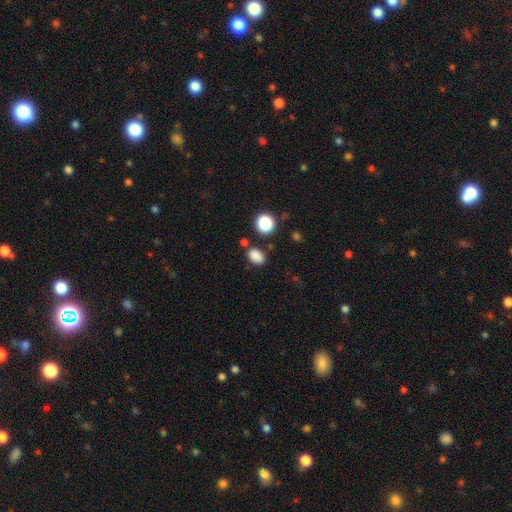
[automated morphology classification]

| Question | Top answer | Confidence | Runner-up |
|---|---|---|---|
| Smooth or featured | smooth | 83% | star or artifact (13%) |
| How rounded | in between | 70% | round (29%) |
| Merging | none | 77% | minor disturbance (12%) |